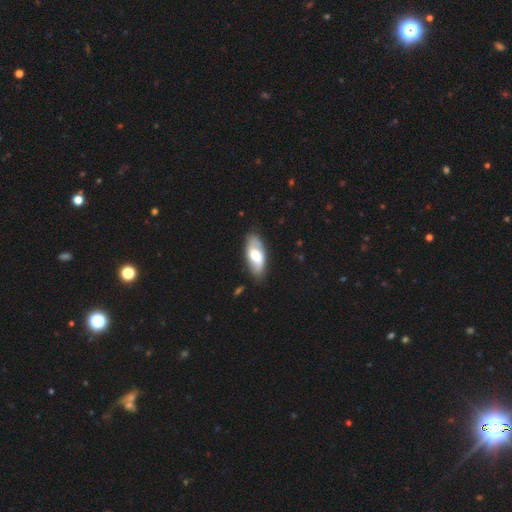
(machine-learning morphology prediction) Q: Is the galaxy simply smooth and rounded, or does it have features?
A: smooth — 50%.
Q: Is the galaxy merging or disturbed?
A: none — 76%.